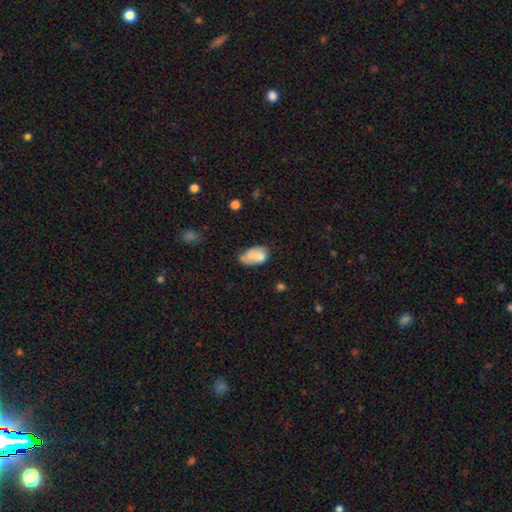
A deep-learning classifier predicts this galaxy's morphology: Smooth or featured: smooth — 71% (featured or disk — 21%)
How rounded: in between — 91% (round — 7%)
Merging: none — 41% (minor disturbance — 38%)